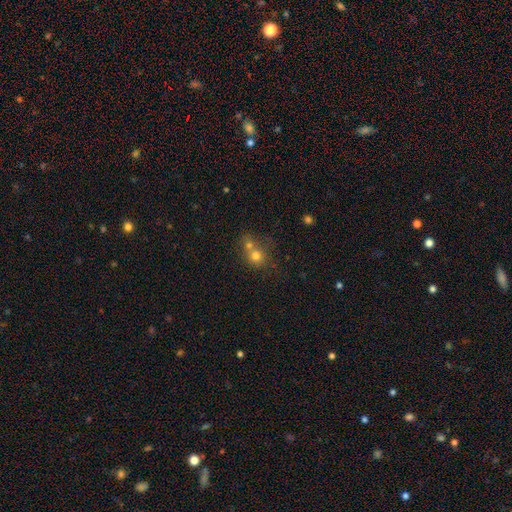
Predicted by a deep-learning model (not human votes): Smooth or featured? Predicted: smooth (p=0.72). How rounded? Predicted: round (p=0.79). Merging? Predicted: merger (p=0.56).